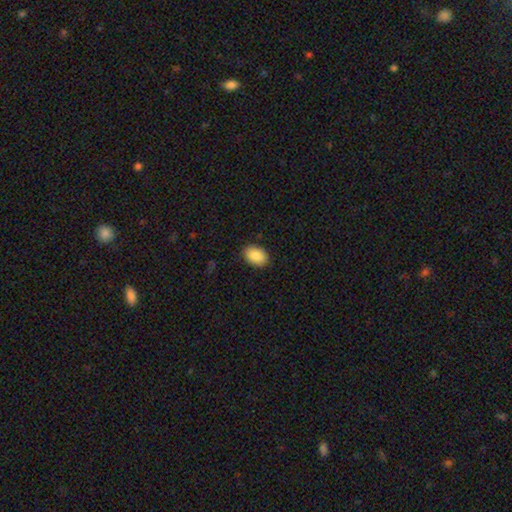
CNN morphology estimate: Q: Smooth or featured?
A: smooth (89%); runner-up: star or artifact (7%)
Q: How rounded?
A: in between (86%); runner-up: round (13%)
Q: Merging?
A: none (88%); runner-up: minor disturbance (9%)